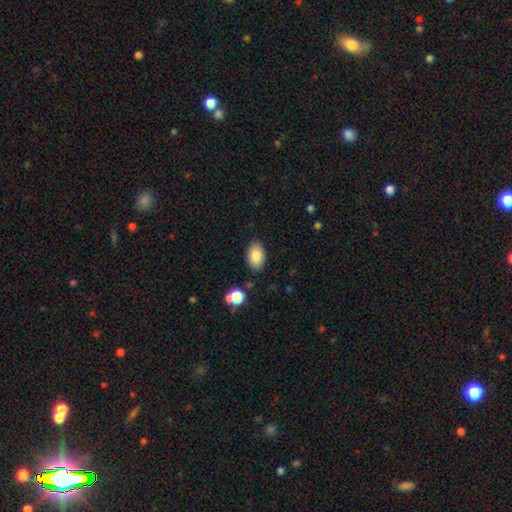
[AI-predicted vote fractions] smooth-or-featured: smooth: 84% | featured or disk: 8% | star or artifact: 8%
  how-rounded: in between: 89% | round: 9% | cigar-shaped: 1%
  merging: none: 85% | minor disturbance: 10% | major disturbance: 2% | merger: 2%